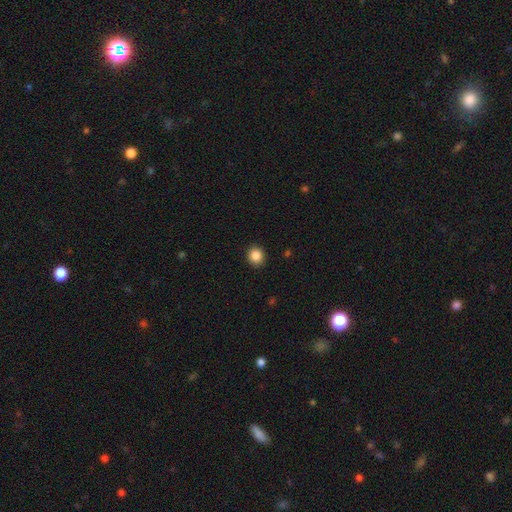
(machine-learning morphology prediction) This appears to be a smooth galaxy with no disk features (86%) that is round (82%). Merging: none (91%).